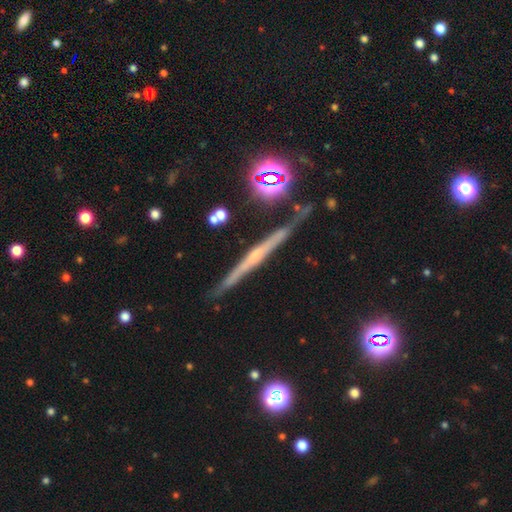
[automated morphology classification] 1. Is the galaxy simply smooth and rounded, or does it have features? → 72% featured or disk, 15% smooth, 13% star or artifact.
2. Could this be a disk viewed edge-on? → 97% yes, 3% no.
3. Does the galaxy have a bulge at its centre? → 47% rounded, 43% none, 10% boxy.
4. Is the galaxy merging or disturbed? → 85% none, 10% minor disturbance, 3% merger, 2% major disturbance.